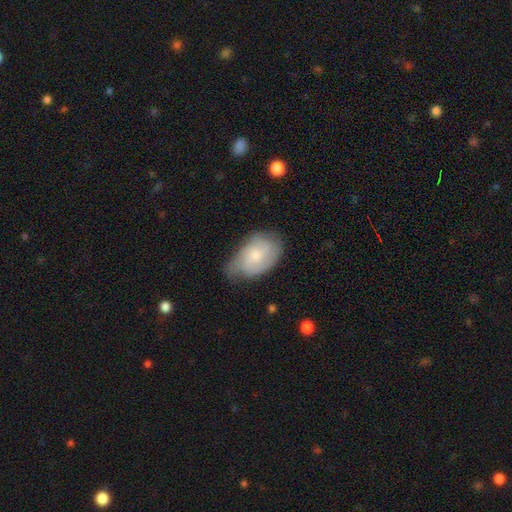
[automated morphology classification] Overall: smooth (53%; featured or disk 41%). How rounded: in between (88%). Merging: none (48%; minor disturbance 39%).